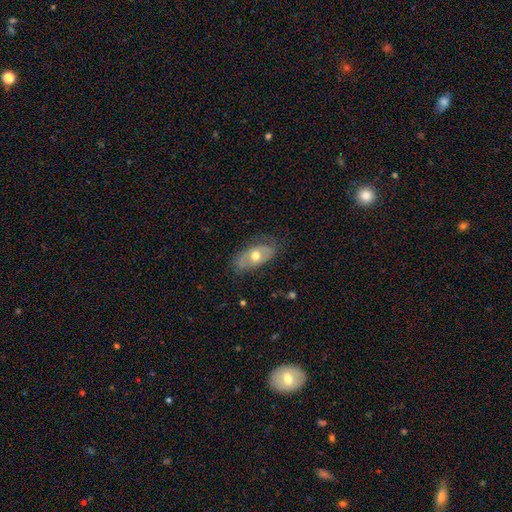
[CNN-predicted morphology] Smooth or featured: featured or disk — 48% (smooth — 46%)
Merging: none — 66% (minor disturbance — 24%)